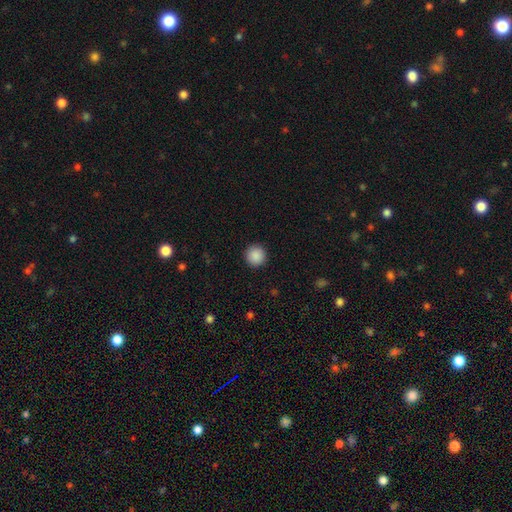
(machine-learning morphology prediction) This appears to be a smooth galaxy with no disk features (89%) that is round (96%). Merging: none (93%).